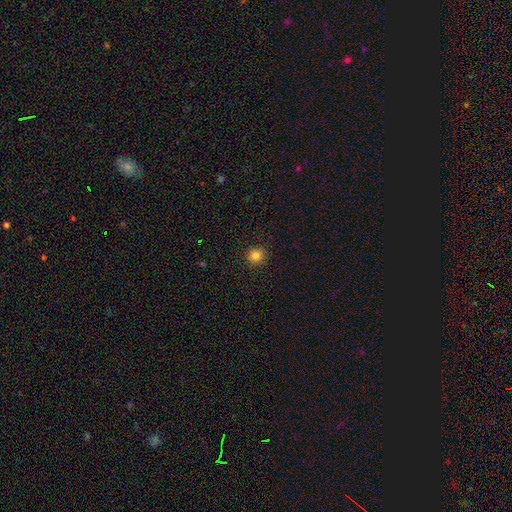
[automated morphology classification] Q: Smooth or featured?
A: smooth (84%); runner-up: star or artifact (12%)
Q: How rounded?
A: round (94%); runner-up: in between (5%)
Q: Merging?
A: none (92%); runner-up: minor disturbance (5%)